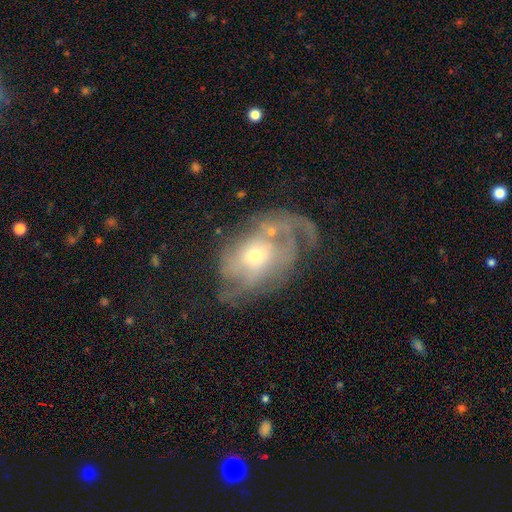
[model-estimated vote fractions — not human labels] This is likely a featured or disk galaxy (71%). It is clearly not viewed edge-on (95%). Bar: likely no (74%). Spiral arm pattern: likely yes (72%). Central bulge: possibly moderate (51%). Merging: marginally major disturbance (38%).